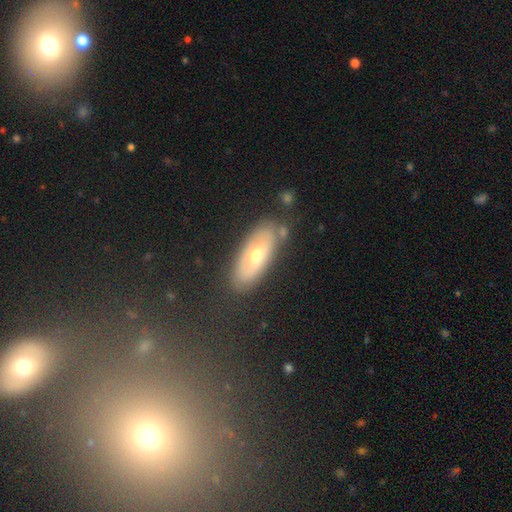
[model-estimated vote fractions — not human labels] This appears to be a featured or disk galaxy (50%). Merging: none (79%).